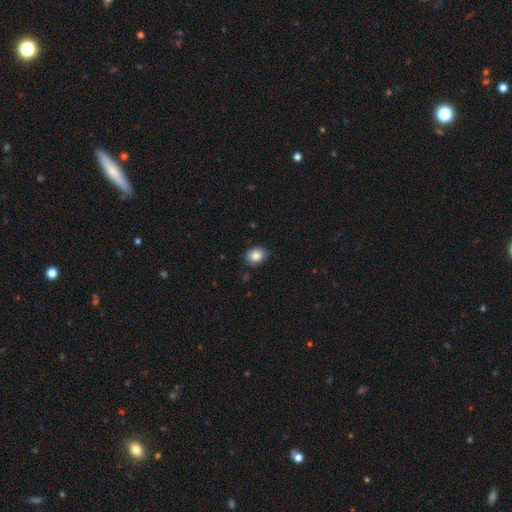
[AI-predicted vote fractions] A smooth galaxy with no disk features (85%) that is round (53%). Merging: none (86%).